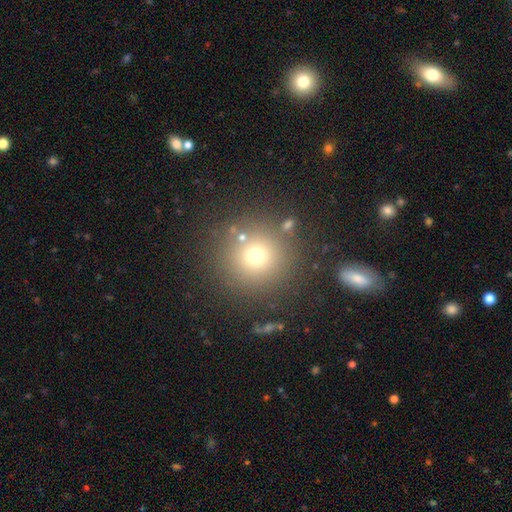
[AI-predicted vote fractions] Morphology: type=smooth (70%); roundness=round (95%); merging=none (84%).